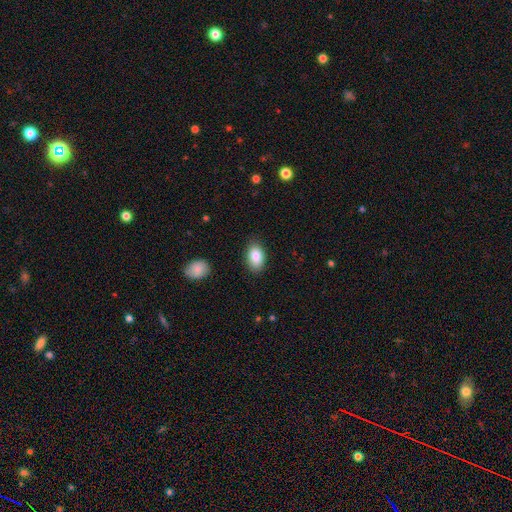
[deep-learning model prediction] smooth-or-featured: smooth: 85% | featured or disk: 8% | star or artifact: 7%
  how-rounded: in between: 91% | round: 7% | cigar-shaped: 1%
  merging: none: 85% | minor disturbance: 11% | major disturbance: 2% | merger: 1%